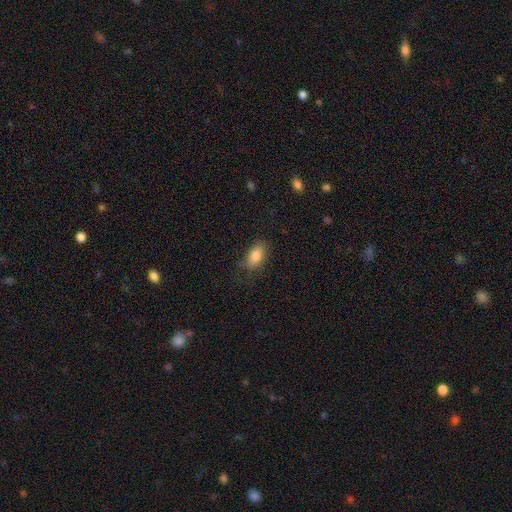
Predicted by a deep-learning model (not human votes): Q: Smooth or featured?
A: smooth (83%); runner-up: featured or disk (9%)
Q: How rounded?
A: in between (90%); runner-up: cigar-shaped (5%)
Q: Merging?
A: none (76%); runner-up: minor disturbance (17%)